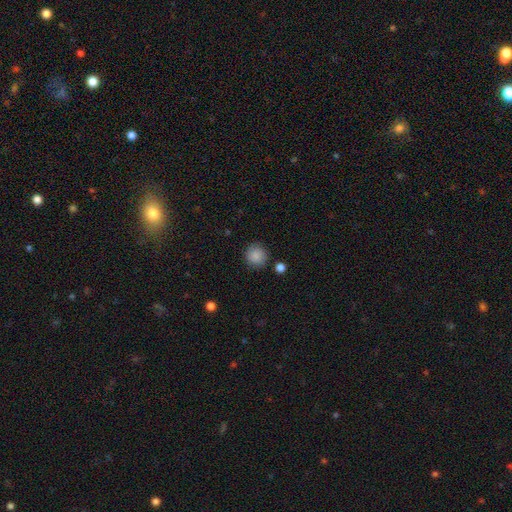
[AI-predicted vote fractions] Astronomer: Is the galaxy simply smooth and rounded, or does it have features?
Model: smooth — 86%.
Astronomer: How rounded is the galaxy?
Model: round — 91%.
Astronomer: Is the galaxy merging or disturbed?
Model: none — 85%.